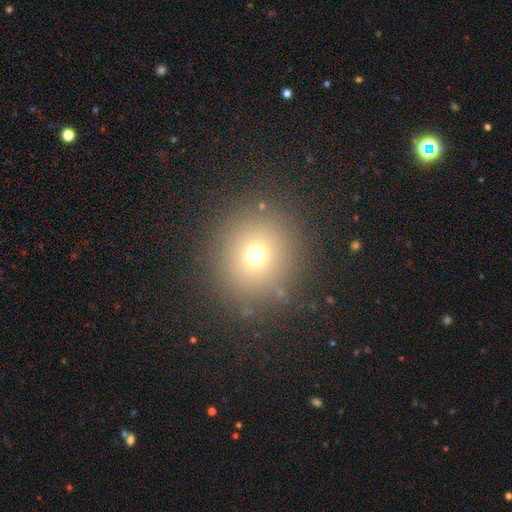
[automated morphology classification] smooth_or_featured: smooth (p=0.68) [alt: star or artifact p=0.21]
how_rounded: round (p=0.91) [alt: in between p=0.08]
merging: none (p=0.87) [alt: minor disturbance p=0.07]